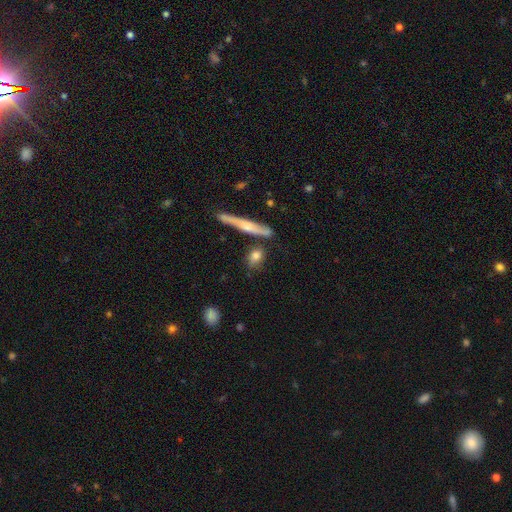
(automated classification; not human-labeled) Smooth or featured?
  - smooth: 75% *
  - featured or disk: 18%
  - star or artifact: 8%
How rounded?
  - in between: 53% *
  - round: 24%
  - cigar-shaped: 23%
Merging?
  - none: 68% *
  - minor disturbance: 16%
  - merger: 11%
  - major disturbance: 5%